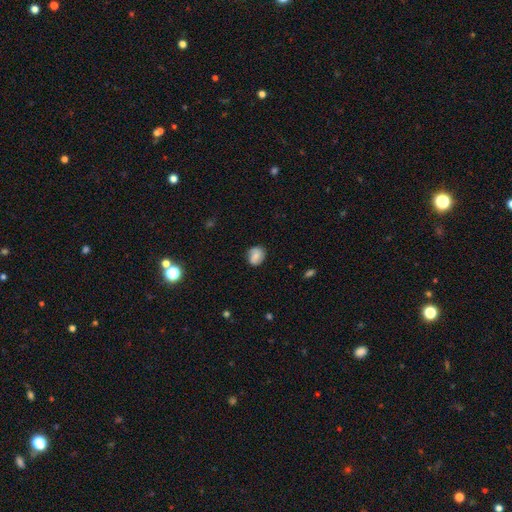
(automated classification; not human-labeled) smooth 68%, featured or disk 23%, star or artifact 9%. Down the decision tree: how rounded — round (55%); merging — none (76%).